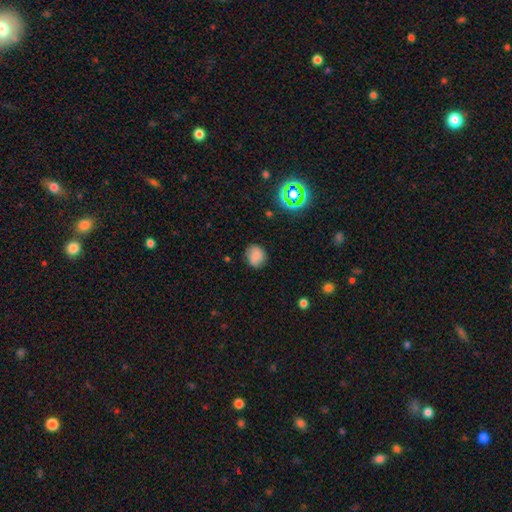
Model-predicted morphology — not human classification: Smooth or featured?
  - smooth: 75% *
  - star or artifact: 13%
  - featured or disk: 12%
How rounded?
  - round: 71% *
  - in between: 28%
  - cigar-shaped: 1%
Merging?
  - none: 79% *
  - minor disturbance: 16%
  - major disturbance: 4%
  - merger: 1%